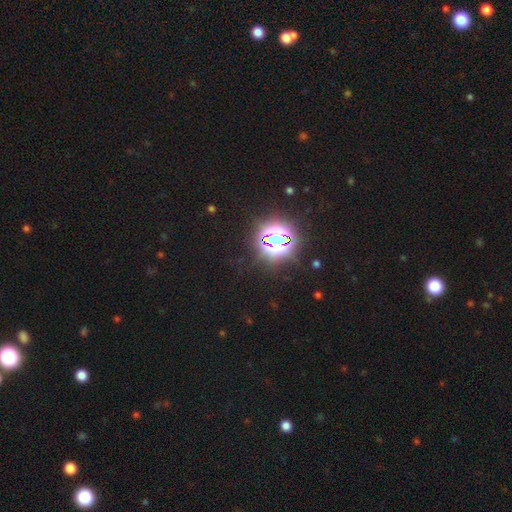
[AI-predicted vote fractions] Morphology: type=star or artifact (85%).